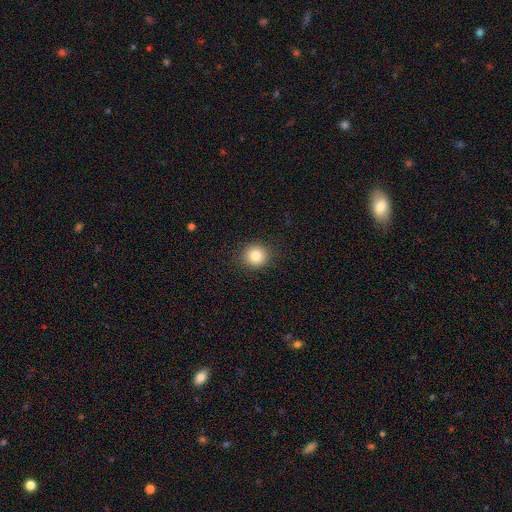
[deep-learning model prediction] The model was most divided on "smooth or featured": smooth: 82%, star or artifact: 11%, featured or disk: 7%. More confident: merging — none (90%); how rounded — round (89%).